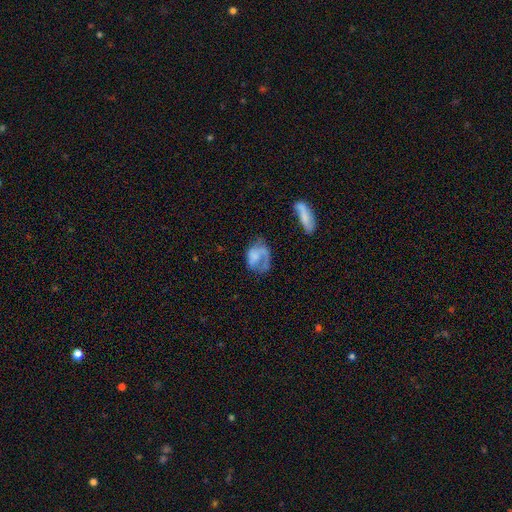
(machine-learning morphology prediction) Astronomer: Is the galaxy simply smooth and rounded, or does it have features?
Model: featured or disk — 48% (runner-up: smooth, 44%).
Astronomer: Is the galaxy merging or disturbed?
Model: major disturbance — 40% (runner-up: none, 31%).